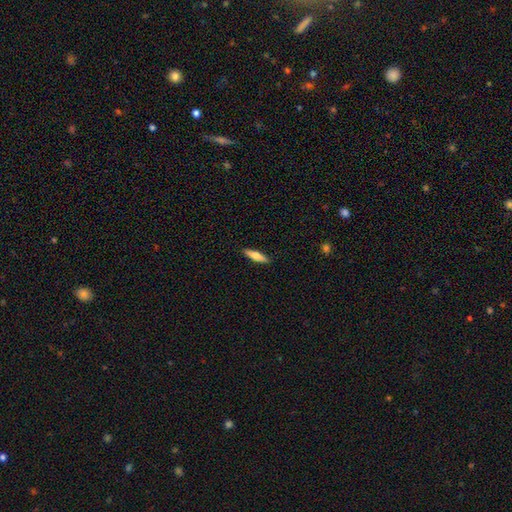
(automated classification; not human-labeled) smooth-or-featured: smooth: 61% | featured or disk: 33% | star or artifact: 6%
  how-rounded: cigar-shaped: 75% | in between: 24% | round: 2%
  merging: none: 91% | minor disturbance: 7% | major disturbance: 2% | merger: 1%